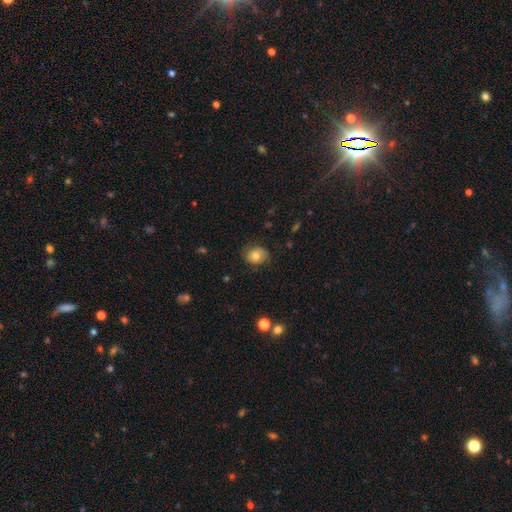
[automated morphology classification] Smooth or featured: smooth — 67% (featured or disk — 23%)
How rounded: round — 64% (in between — 35%)
Merging: none — 74% (minor disturbance — 19%)